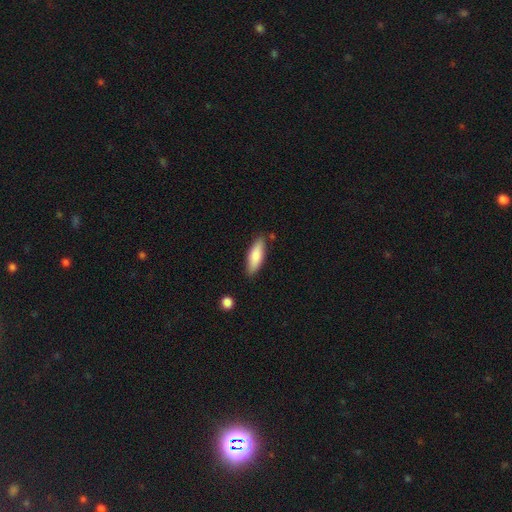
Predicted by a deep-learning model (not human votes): smooth 80%, featured or disk 14%, star or artifact 6%. Down the decision tree: how rounded — in between (57%); merging — none (81%).